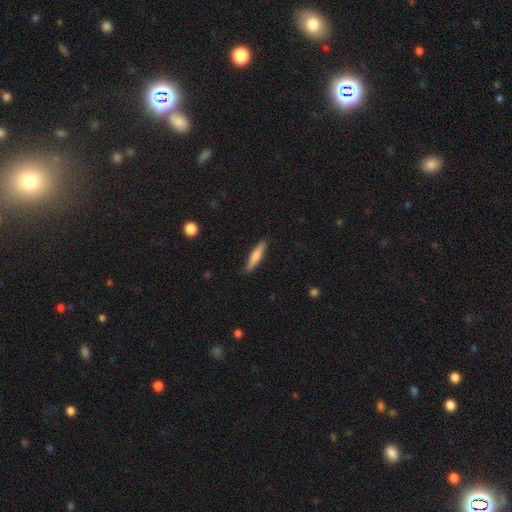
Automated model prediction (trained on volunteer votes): Smooth or featured: smooth — 69% (featured or disk — 25%)
How rounded: cigar-shaped — 84% (in between — 14%)
Merging: none — 88% (minor disturbance — 9%)